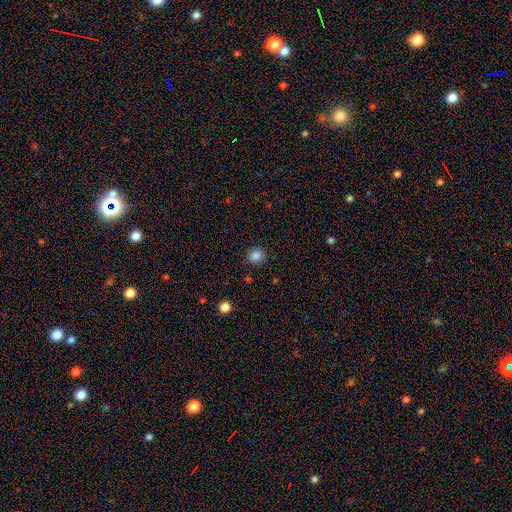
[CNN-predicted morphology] This is clearly a smooth galaxy (84%). How rounded: clearly round (82%). Merging: clearly none (89%).